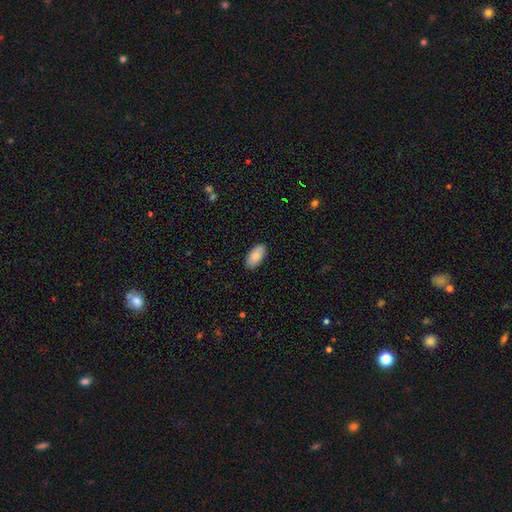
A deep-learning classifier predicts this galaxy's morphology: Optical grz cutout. It shows a smooth galaxy with no disk features (85%) that is in between round and cigar-shaped (94%). Merging: none (88%).